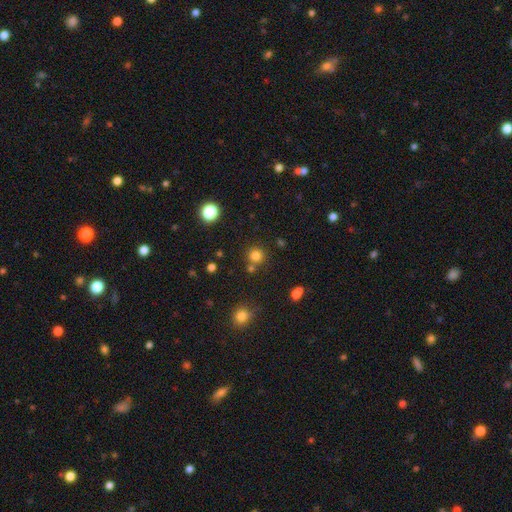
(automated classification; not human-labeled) Q: Smooth or featured?
A: smooth (79%); runner-up: star or artifact (16%)
Q: How rounded?
A: round (92%); runner-up: in between (7%)
Q: Merging?
A: none (75%); runner-up: merger (14%)